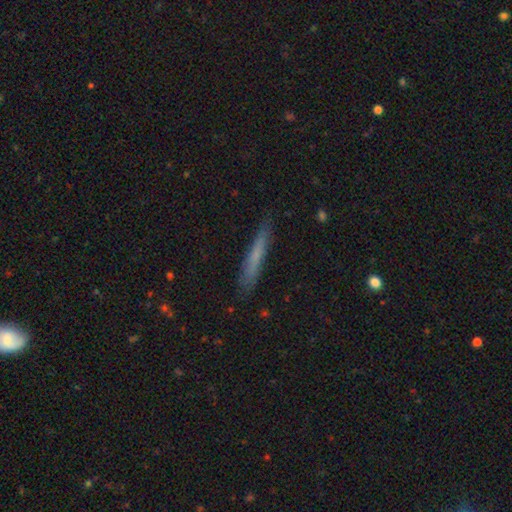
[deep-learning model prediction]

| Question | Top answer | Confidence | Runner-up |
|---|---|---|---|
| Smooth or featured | smooth | 64% | featured or disk (29%) |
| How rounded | cigar-shaped | 95% | in between (3%) |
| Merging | none | 86% | minor disturbance (10%) |